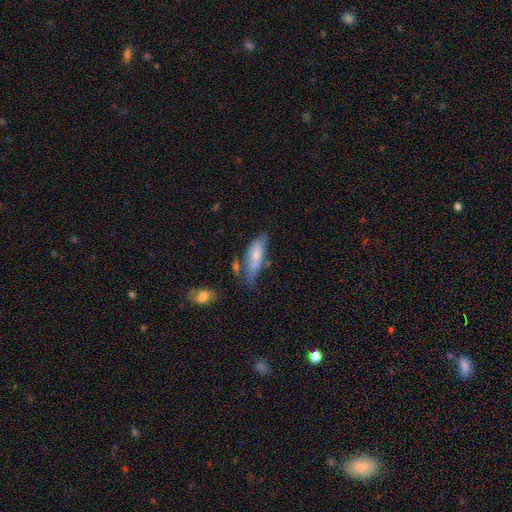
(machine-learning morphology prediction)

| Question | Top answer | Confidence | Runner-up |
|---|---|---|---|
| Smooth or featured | smooth | 68% | featured or disk (25%) |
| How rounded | in between | 58% | cigar-shaped (40%) |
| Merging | none | 41% | minor disturbance (31%) |